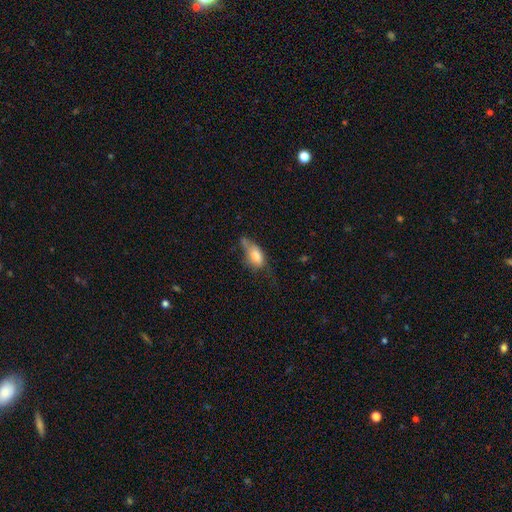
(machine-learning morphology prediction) smooth-or-featured: smooth: 71% | featured or disk: 20% | star or artifact: 9%
  how-rounded: in between: 85% | round: 8% | cigar-shaped: 7%
  merging: minor disturbance: 33% | none: 29% | major disturbance: 26% | merger: 11%